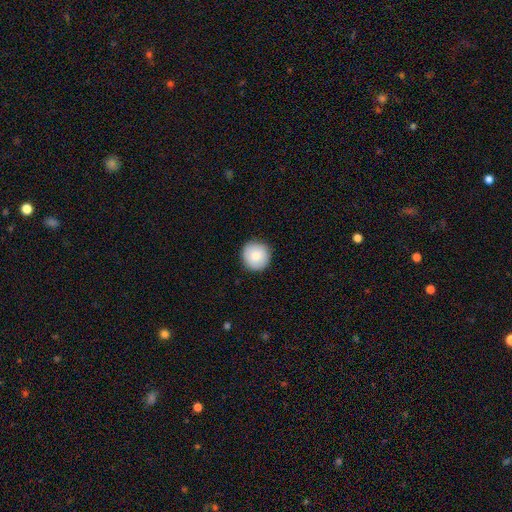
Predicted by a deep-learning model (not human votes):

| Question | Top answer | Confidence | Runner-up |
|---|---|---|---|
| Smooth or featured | smooth | 83% | featured or disk (10%) |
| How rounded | round | 96% | in between (3%) |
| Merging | none | 91% | minor disturbance (6%) |